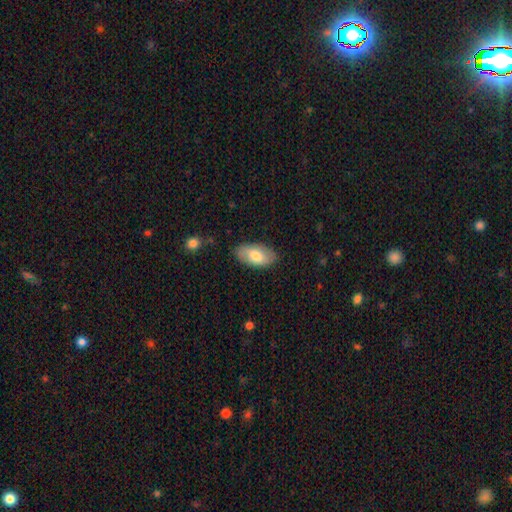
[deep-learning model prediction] Smooth or featured? smooth (72%)
How rounded? in between (94%)
Merging? none (84%)